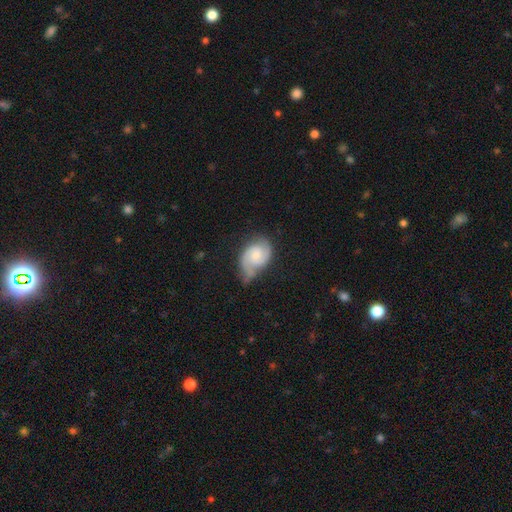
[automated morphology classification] type=featured or disk (76%); edge-on=no (98%); bar=no (60%); spiral arms=yes (96%); winding=medium (47%); arm count=2 (85%); bulge=small (41%); merging=none (46%).